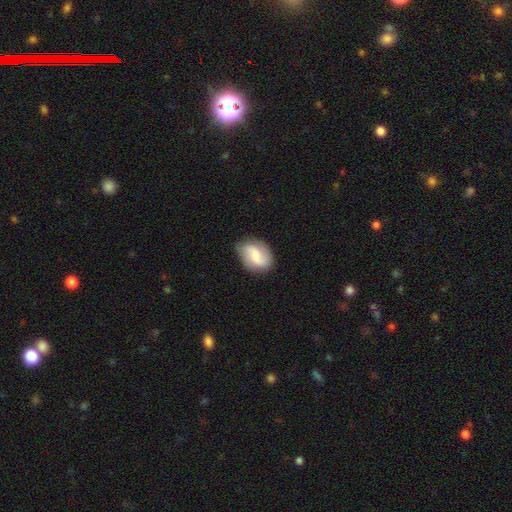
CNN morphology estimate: This appears to be a featured or disk galaxy (51%). Merging: none (75%).